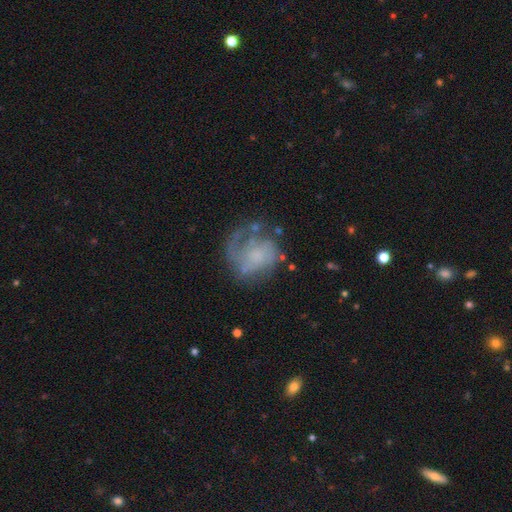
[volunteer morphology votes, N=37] Volunteers were most divided on "spiral winding": medium: 44%, tight: 37%, loose: 19%. Remaining: edge-on disk — no (100%); spiral arms — yes (93%); smooth or featured — featured or disk (78%); spiral arm count — 1 (59%); bar — no (59%); merging — none (57%); bulge size — none (45%).